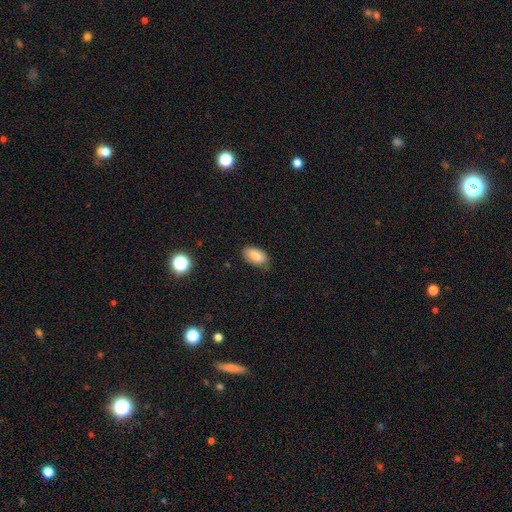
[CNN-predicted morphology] smooth 84%, featured or disk 8%, star or artifact 8%. Down the decision tree: how rounded — in between (93%); merging — none (76%).